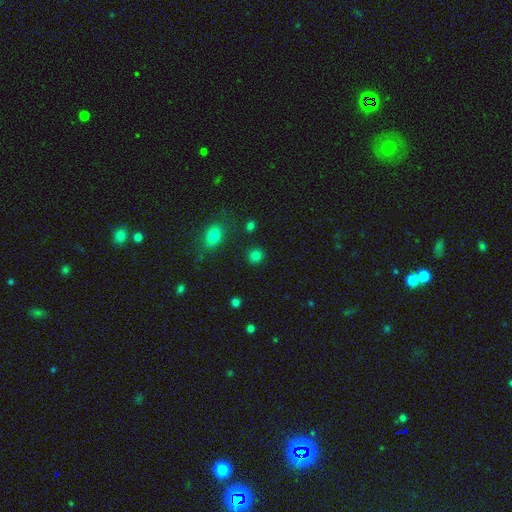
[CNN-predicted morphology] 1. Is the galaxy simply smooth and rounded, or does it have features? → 82% smooth, 14% star or artifact, 4% featured or disk.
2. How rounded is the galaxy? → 87% round, 12% in between, 1% cigar-shaped.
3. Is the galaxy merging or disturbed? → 88% none, 7% minor disturbance, 3% merger, 3% major disturbance.